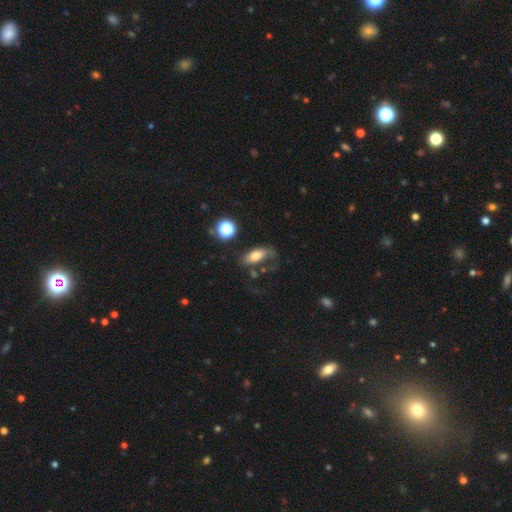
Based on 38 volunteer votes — This is likely a smooth galaxy (66%). How rounded: clearly in between (84%). Merging: marginally none (42%).